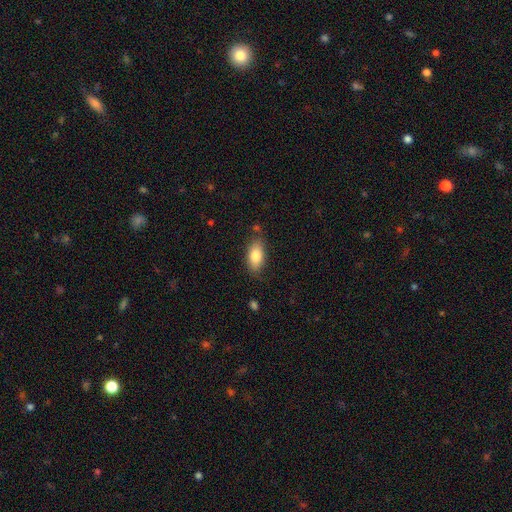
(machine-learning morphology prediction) smooth 82%, featured or disk 11%, star or artifact 7%. Down the decision tree: how rounded — in between (90%); merging — none (78%).